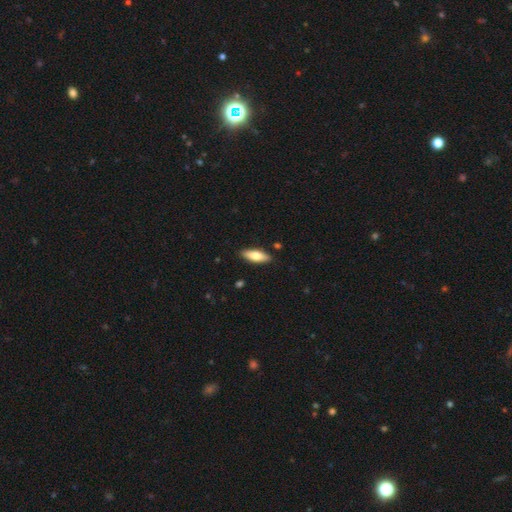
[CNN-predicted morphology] Smooth or featured? smooth (71%)
How rounded? in between (60%)
Merging? none (88%)